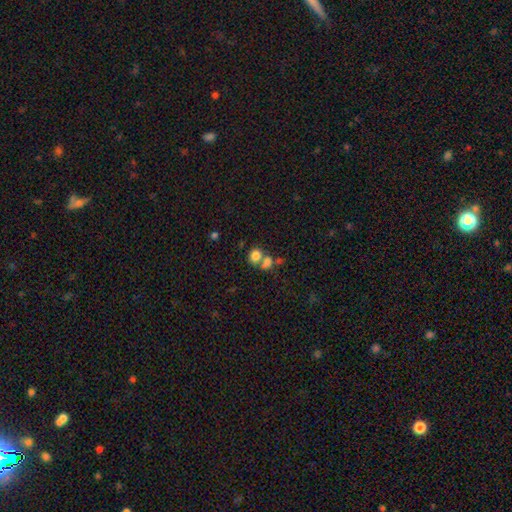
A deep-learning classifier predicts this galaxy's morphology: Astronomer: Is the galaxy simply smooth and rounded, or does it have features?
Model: smooth — 78%.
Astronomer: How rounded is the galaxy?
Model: round — 56% (runner-up: in between, 43%).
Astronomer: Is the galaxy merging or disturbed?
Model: merger — 51% (runner-up: none, 35%).